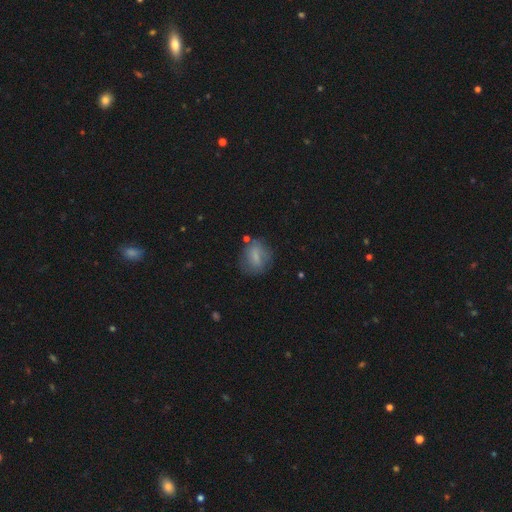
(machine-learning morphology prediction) A smooth galaxy with no disk features (68%) that is in between round and cigar-shaped (50%).

Vote fractions:
- Smooth or featured? smooth: 68% / featured or disk: 22% / star or artifact: 10%
- How rounded? in between: 50% / round: 46% / cigar-shaped: 4%
- Merging? none: 66% / minor disturbance: 21% / major disturbance: 9% / merger: 4%